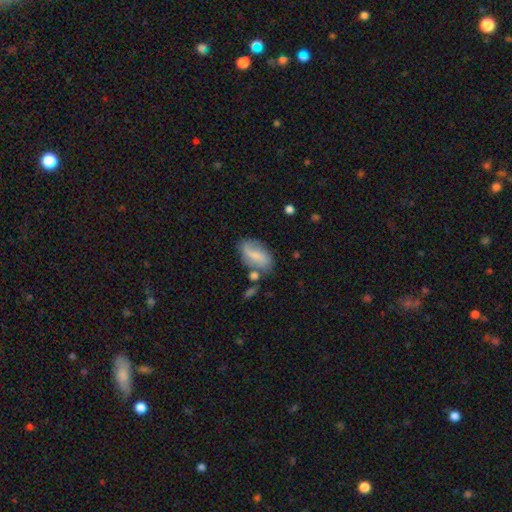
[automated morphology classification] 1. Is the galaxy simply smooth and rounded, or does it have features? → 50% featured or disk, 42% smooth, 8% star or artifact.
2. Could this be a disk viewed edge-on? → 95% no, 5% yes.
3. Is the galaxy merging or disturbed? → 60% none, 22% minor disturbance, 10% merger, 8% major disturbance.